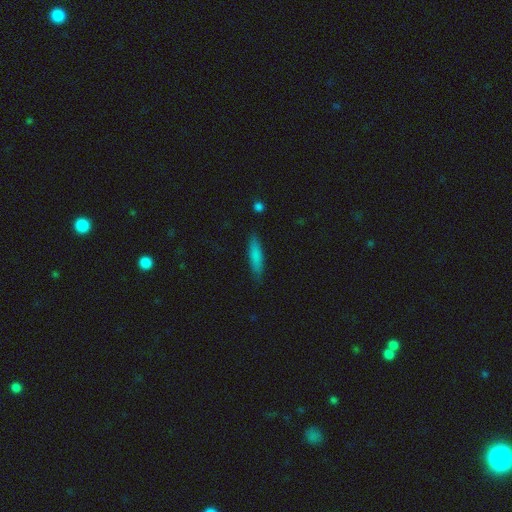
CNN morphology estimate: smooth_or_featured: smooth (p=0.81) [alt: featured or disk p=0.13]
how_rounded: cigar-shaped (p=0.77) [alt: in between p=0.21]
merging: none (p=0.85) [alt: minor disturbance p=0.12]